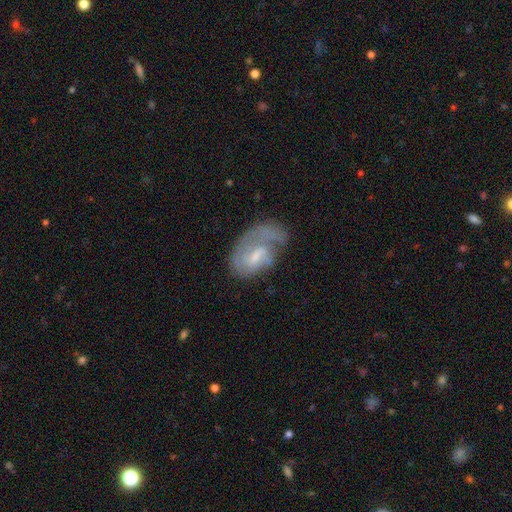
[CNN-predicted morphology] Smooth or featured?
  - featured or disk: 63% *
  - smooth: 30%
  - star or artifact: 7%
Edge-on disk?
  - no: 97% *
  - yes: 3%
Bar?
  - weak: 53% *
  - no: 35%
  - strong: 12%
Spiral arms?
  - yes: 75% *
  - no: 25%
Bulge size?
  - small: 46% *
  - moderate: 34%
  - none: 15%
  - large: 4%
  - dominant: 1%
Merging?
  - none: 34% * (tied)
  - major disturbance: 34% * (tied)
  - minor disturbance: 25%
  - merger: 7%